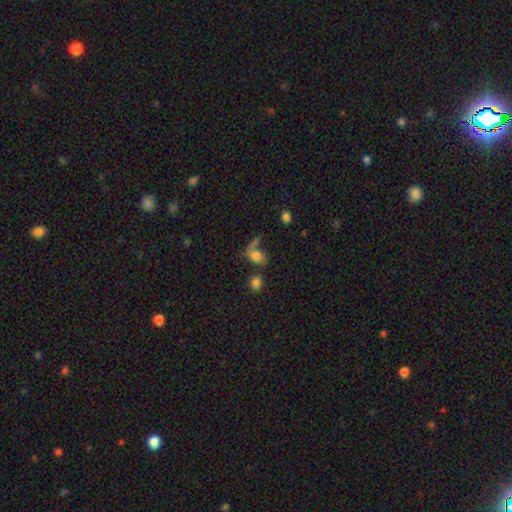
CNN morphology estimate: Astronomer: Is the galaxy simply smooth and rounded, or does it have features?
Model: smooth — 68%.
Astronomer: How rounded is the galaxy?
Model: in between — 79%.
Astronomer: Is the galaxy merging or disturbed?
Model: none — 35% (runner-up: merger, 27%).